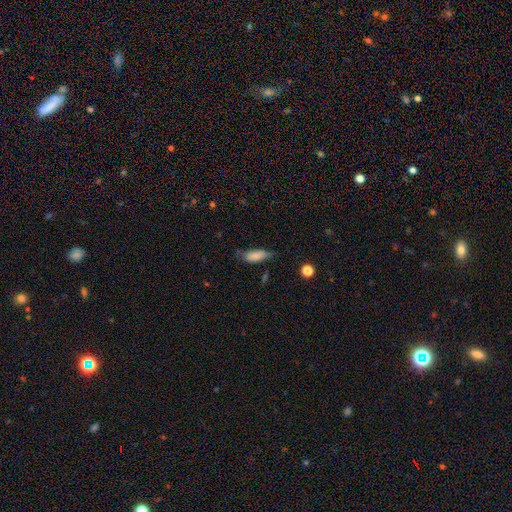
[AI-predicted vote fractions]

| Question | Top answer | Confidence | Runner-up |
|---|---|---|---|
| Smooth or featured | smooth | 78% | featured or disk (14%) |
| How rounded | in between | 74% | cigar-shaped (23%) |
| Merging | none | 50% | minor disturbance (37%) |